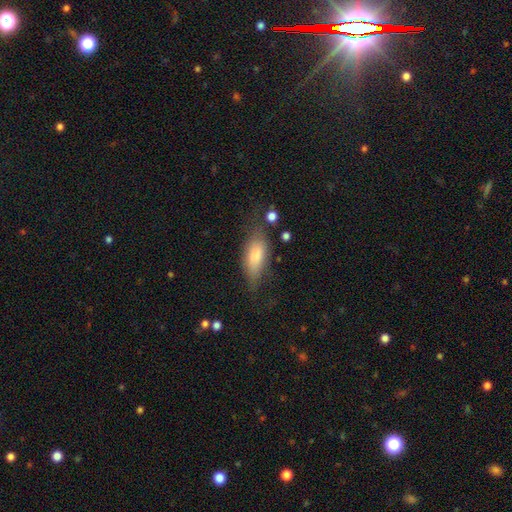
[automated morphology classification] Smooth or featured: smooth — 77% (featured or disk — 16%)
How rounded: in between — 77% (cigar-shaped — 20%)
Merging: none — 54% (minor disturbance — 28%)